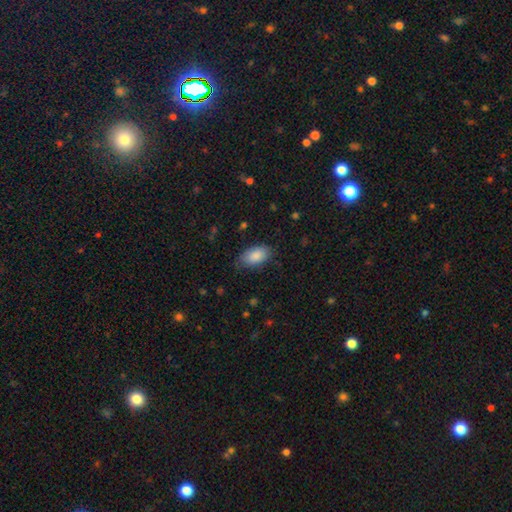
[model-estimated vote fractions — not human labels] Smooth or featured?
  - smooth: 88% *
  - star or artifact: 6%
  - featured or disk: 6%
How rounded?
  - in between: 94% *
  - round: 4%
  - cigar-shaped: 2%
Merging?
  - none: 75% *
  - minor disturbance: 19%
  - major disturbance: 4%
  - merger: 1%